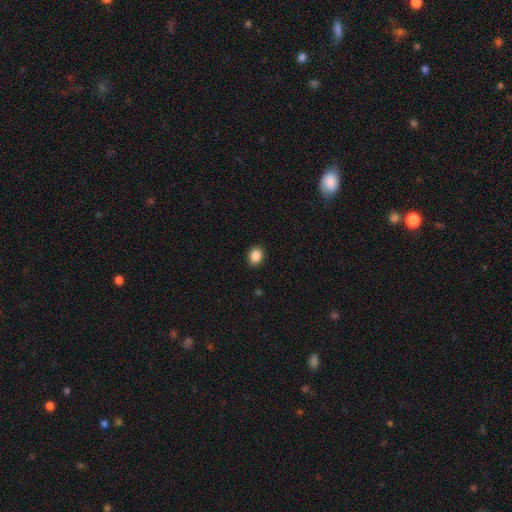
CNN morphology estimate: A smooth galaxy with no disk features (88%) that is round (56%).

Vote fractions:
- Smooth or featured? smooth: 88% / star or artifact: 9% / featured or disk: 3%
- How rounded? round: 56% / in between: 43% / cigar-shaped: 1%
- Merging? none: 91% / minor disturbance: 6% / major disturbance: 2% / merger: 1%